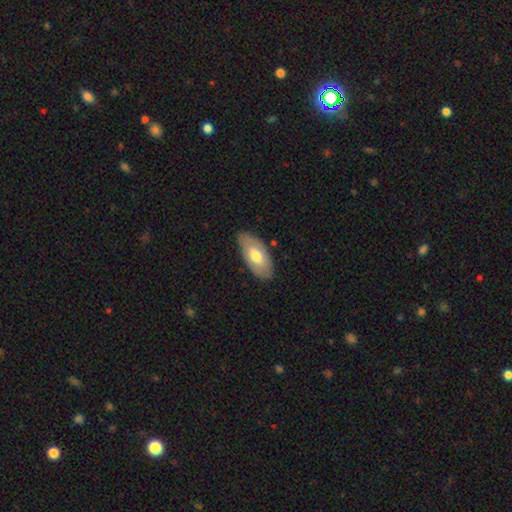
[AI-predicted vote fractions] This is likely a smooth galaxy (61%). How rounded: clearly in between (92%). Merging: clearly none (82%).